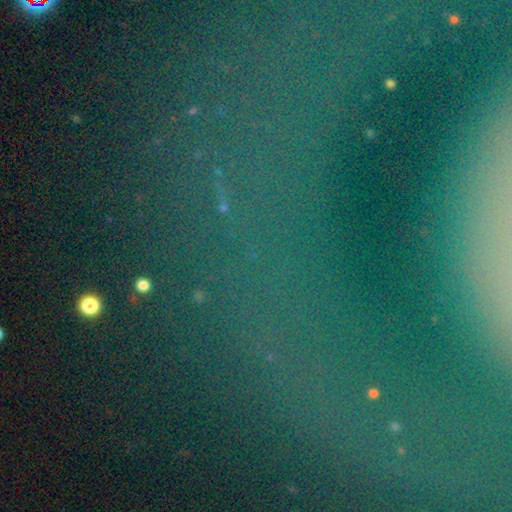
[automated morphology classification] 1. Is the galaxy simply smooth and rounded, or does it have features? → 76% star or artifact, 13% smooth, 11% featured or disk.